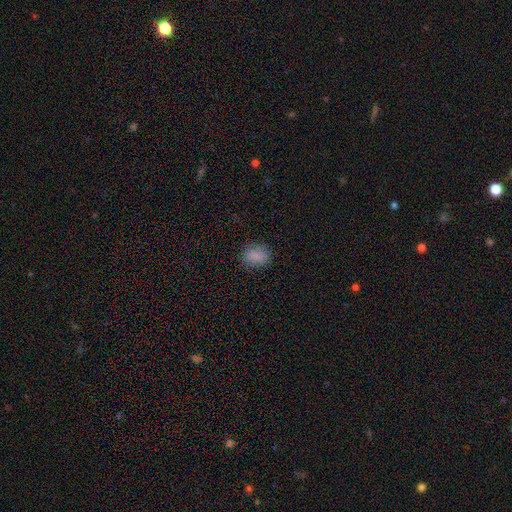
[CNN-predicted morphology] Overall: smooth (85%). How rounded: round (57%; in between 42%). Merging: none (83%).